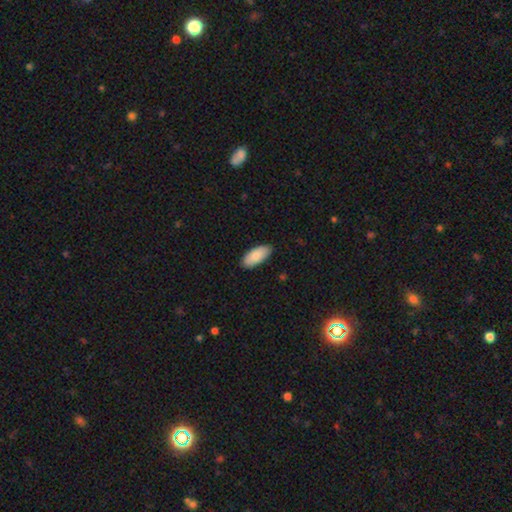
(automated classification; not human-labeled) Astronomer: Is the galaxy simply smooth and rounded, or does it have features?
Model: smooth — 86%.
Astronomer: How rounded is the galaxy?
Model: in between — 90%.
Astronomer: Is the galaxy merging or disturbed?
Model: none — 88%.